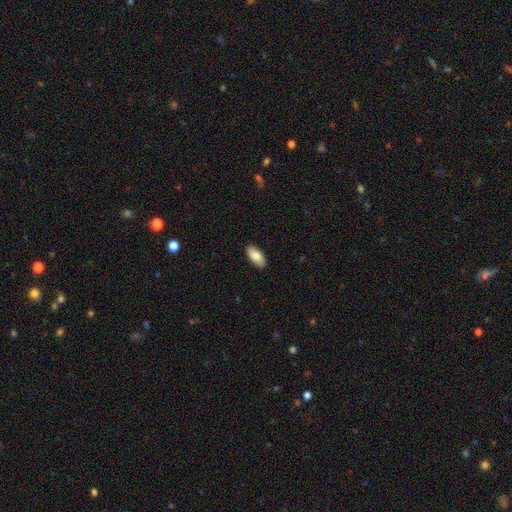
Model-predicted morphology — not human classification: A smooth galaxy with no disk features (81%) that is in between round and cigar-shaped (90%). Merging: none (89%).